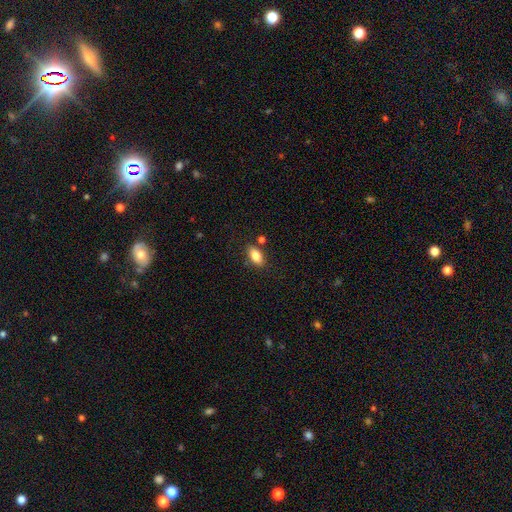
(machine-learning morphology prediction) smooth-or-featured: smooth: 83% | featured or disk: 8% | star or artifact: 8%
  how-rounded: in between: 89% | round: 6% | cigar-shaped: 5%
  merging: none: 79% | minor disturbance: 12% | merger: 6% | major disturbance: 3%